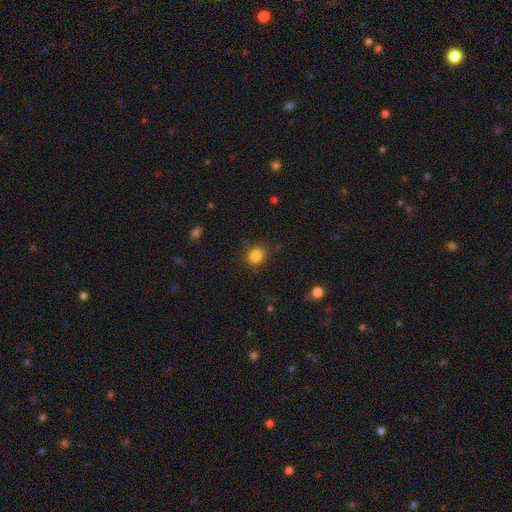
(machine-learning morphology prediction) Smooth or featured? Predicted: smooth (p=0.84). How rounded? Predicted: round (p=0.71). Merging? Predicted: none (p=0.82).